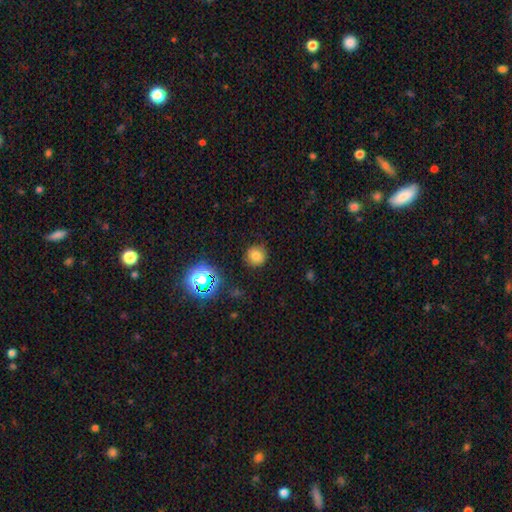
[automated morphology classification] smooth_or_featured: smooth (p=0.76) [alt: star or artifact p=0.18]
how_rounded: round (p=0.92) [alt: in between p=0.07]
merging: none (p=0.88) [alt: minor disturbance p=0.08]